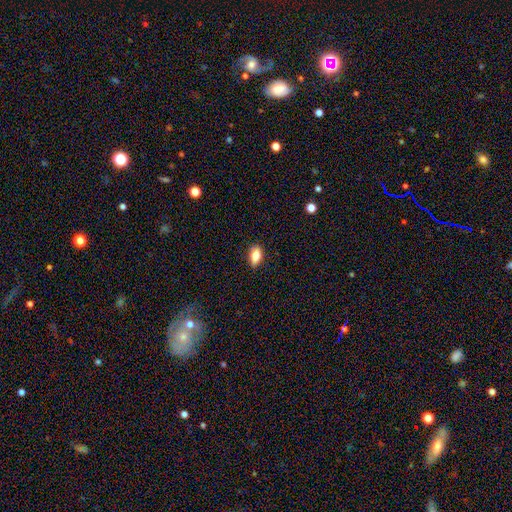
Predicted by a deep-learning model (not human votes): smooth 77%, featured or disk 15%, star or artifact 9%. Down the decision tree: how rounded — in between (85%); merging — none (77%).